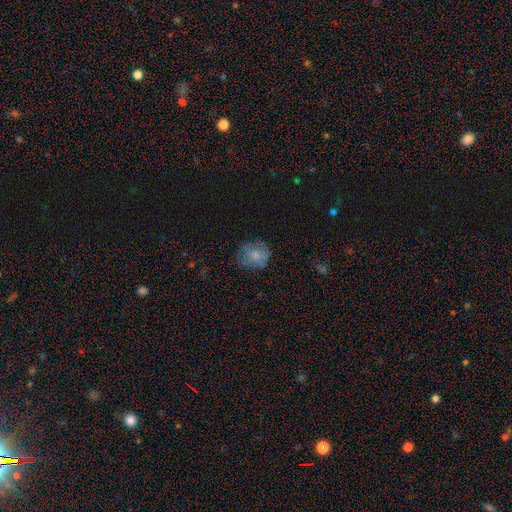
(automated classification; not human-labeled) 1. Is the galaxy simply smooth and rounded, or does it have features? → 61% smooth, 29% featured or disk, 11% star or artifact.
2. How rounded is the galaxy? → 73% round, 26% in between, 1% cigar-shaped.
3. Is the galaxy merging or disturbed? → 62% none, 23% minor disturbance, 13% major disturbance, 2% merger.